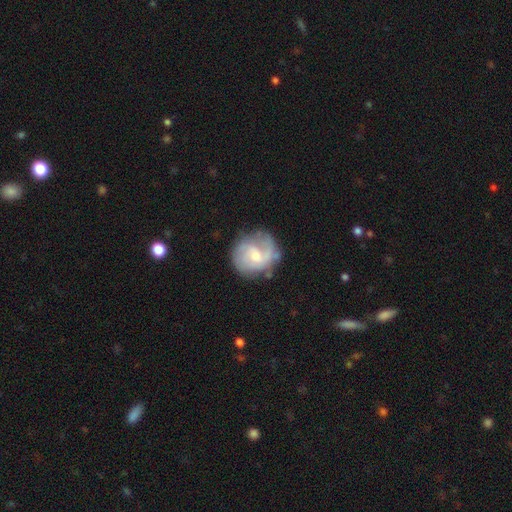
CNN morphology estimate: Smooth or featured?
  - featured or disk: 63% *
  - smooth: 31%
  - star or artifact: 7%
Edge-on disk?
  - no: 98% *
  - yes: 2%
Bar?
  - no: 46% * (tied)
  - weak: 46% * (tied)
  - strong: 8%
Spiral arms?
  - yes: 82% *
  - no: 18%
Spiral winding?
  - medium: 41% *
  - loose: 30%
  - tight: 28%
Spiral arm count?
  - 2: 53% *
  - can't tell: 22%
  - 1: 14%
  - 3: 6%
  - 4: 2%
  - more than 4: 2%
Bulge size?
  - small: 45% *
  - moderate: 44%
  - none: 5%
  - large: 4%
  - dominant: 1%
Merging?
  - none: 60% *
  - minor disturbance: 23%
  - major disturbance: 13%
  - merger: 3%